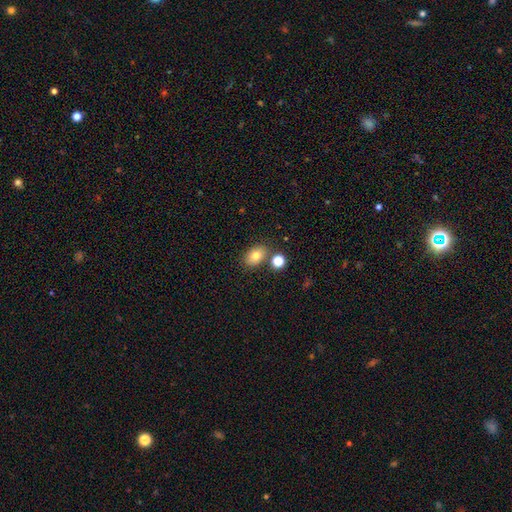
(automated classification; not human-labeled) Smooth or featured? Predicted: smooth (p=0.79). How rounded? Predicted: in between (p=0.77). Merging? Predicted: none (p=0.75).